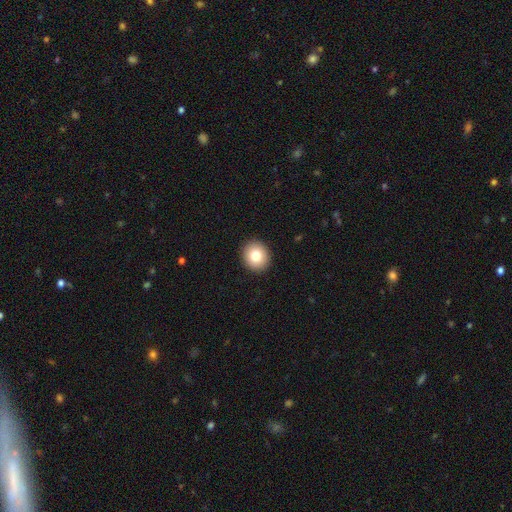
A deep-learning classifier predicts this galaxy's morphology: This appears to be a smooth galaxy with no disk features (80%) that is round (83%). Merging: none (93%).